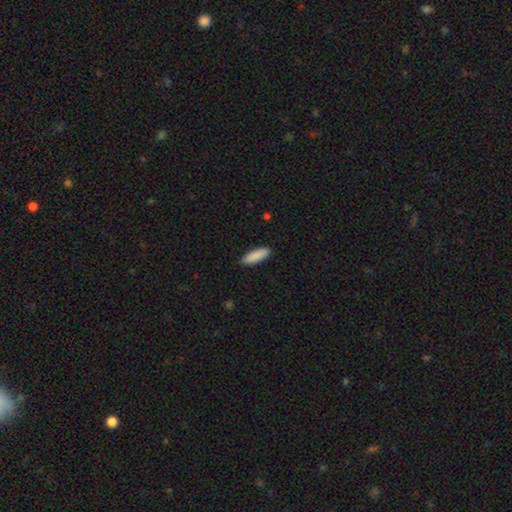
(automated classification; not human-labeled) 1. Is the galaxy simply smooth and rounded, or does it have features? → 90% smooth, 6% star or artifact, 5% featured or disk.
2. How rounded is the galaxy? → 54% in between, 45% cigar-shaped, 1% round.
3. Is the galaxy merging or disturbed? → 89% none, 8% minor disturbance, 2% major disturbance, 1% merger.